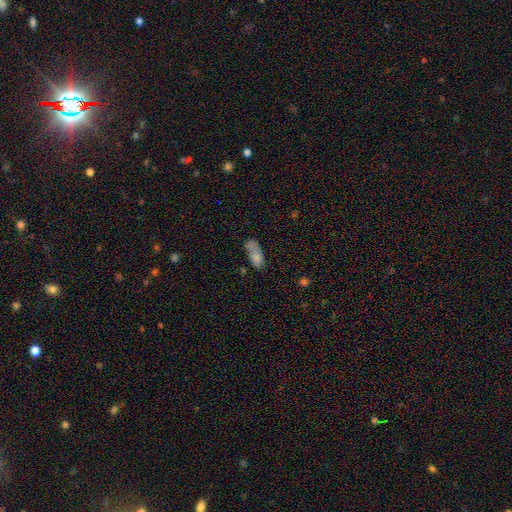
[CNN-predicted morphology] This is likely a smooth galaxy (75%). How rounded: clearly in between (84%). Merging: marginally none (31%).